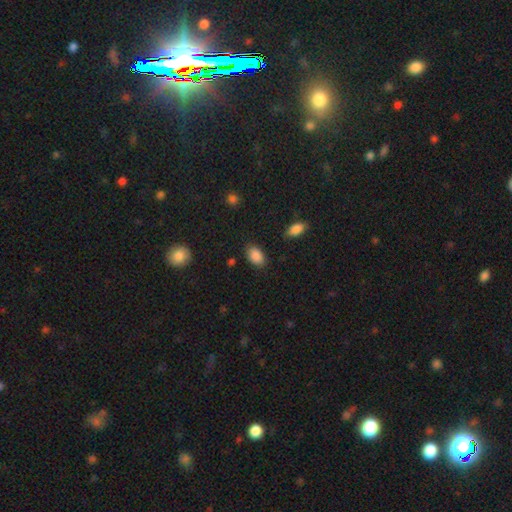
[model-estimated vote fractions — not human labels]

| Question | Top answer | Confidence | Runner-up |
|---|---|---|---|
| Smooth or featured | smooth | 88% | star or artifact (8%) |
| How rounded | in between | 89% | round (9%) |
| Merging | none | 84% | minor disturbance (11%) |